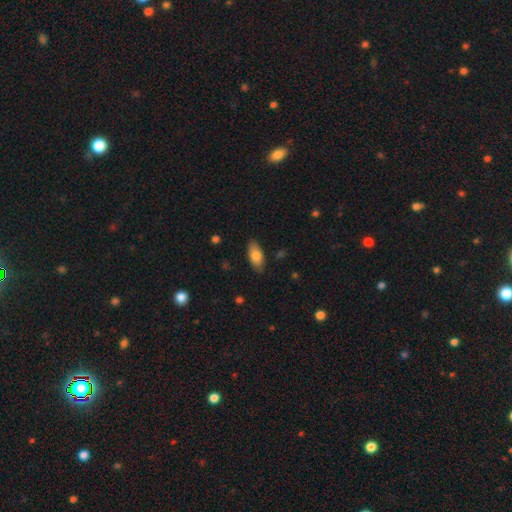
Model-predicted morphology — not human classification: Smooth or featured: smooth — 81% (featured or disk — 12%)
How rounded: in between — 88% (cigar-shaped — 9%)
Merging: none — 85% (minor disturbance — 12%)